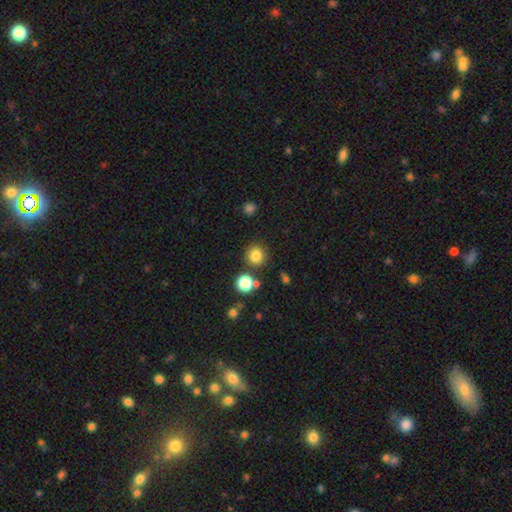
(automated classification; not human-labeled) Overall: smooth (81%). How rounded: round (94%). Merging: none (85%).